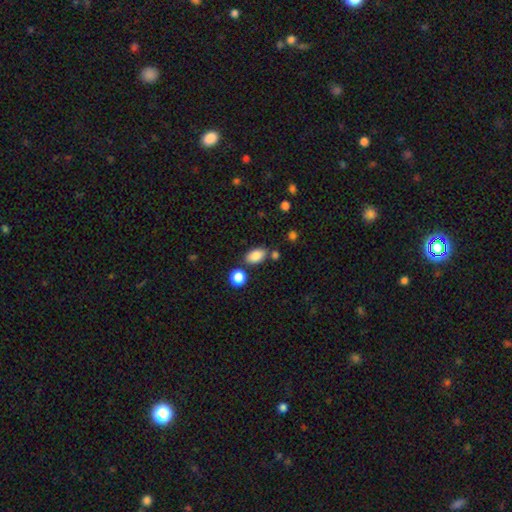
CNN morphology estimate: A smooth galaxy with no disk features (86%) that is in between round and cigar-shaped (89%). Merging: none (75%).